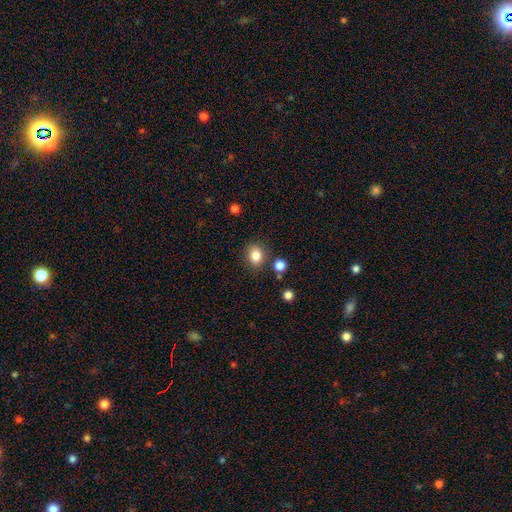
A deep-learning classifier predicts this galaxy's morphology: type=smooth (84%); roundness=round (61%); merging=none (82%).